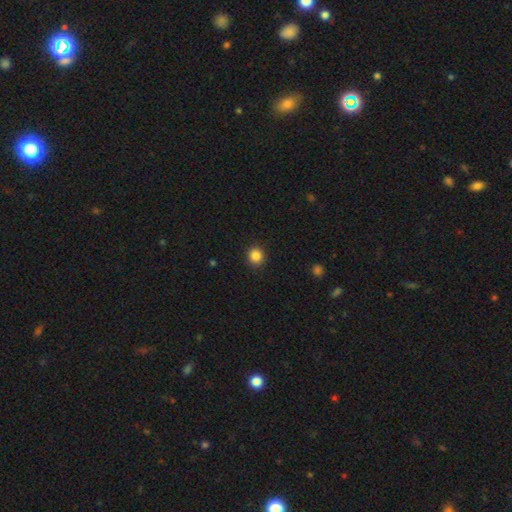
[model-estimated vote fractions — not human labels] Smooth or featured: smooth — 86% (star or artifact — 11%)
How rounded: round — 90% (in between — 10%)
Merging: none — 92% (minor disturbance — 5%)